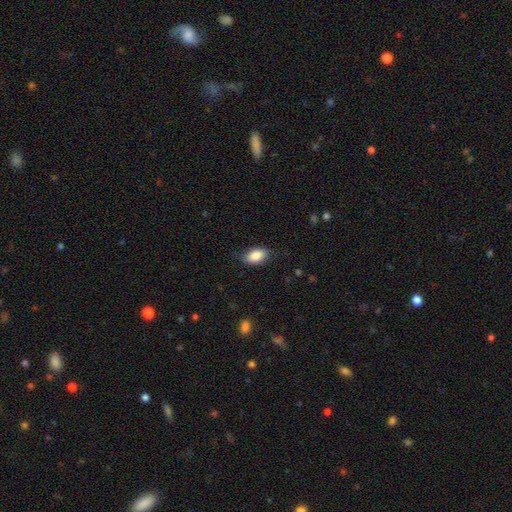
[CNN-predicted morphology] type=smooth (85%); roundness=in between (91%); merging=none (78%).